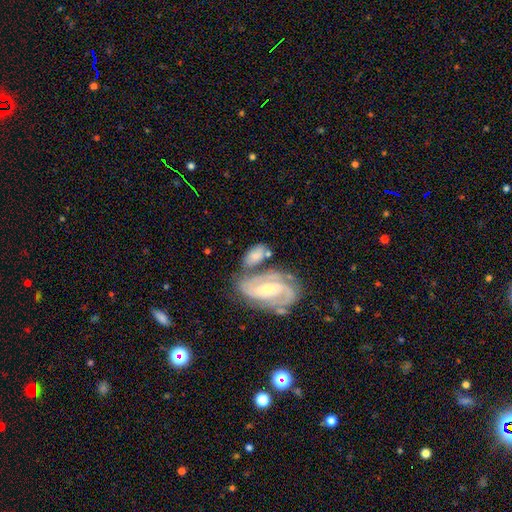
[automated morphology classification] Smooth or featured: featured or disk — 58% (smooth — 36%)
Edge-on disk: no — 94% (yes — 6%)
Bar: weak — 42% (no — 33%)
Spiral arms: yes — 87% (no — 13%)
Bulge size: small — 55% (moderate — 37%)
Merging: none — 40% (merger — 35%)